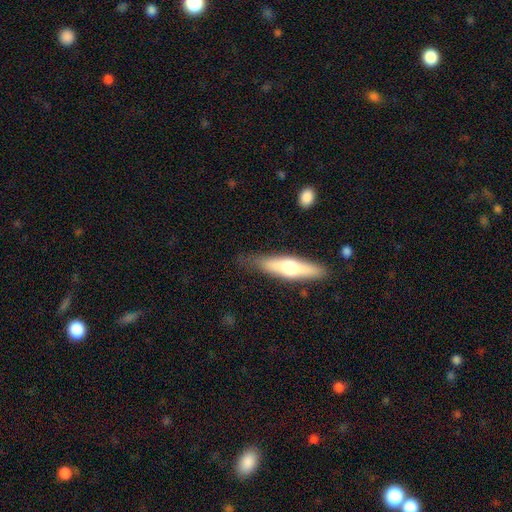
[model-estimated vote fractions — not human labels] smooth_or_featured: smooth (p=0.51) [alt: featured or disk p=0.43]
how_rounded: cigar-shaped (p=0.71) [alt: in between p=0.26]
merging: none (p=0.77) [alt: minor disturbance p=0.16]